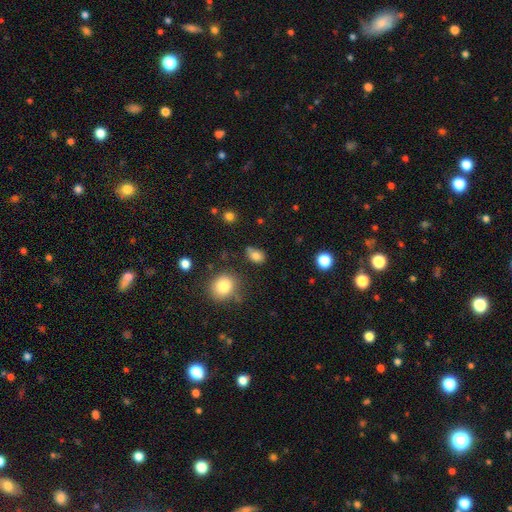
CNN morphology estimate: The model was most divided on "merging": none: 62%, minor disturbance: 25%, major disturbance: 7%, merger: 6%. More confident: smooth or featured — smooth (80%); how rounded — in between (69%).